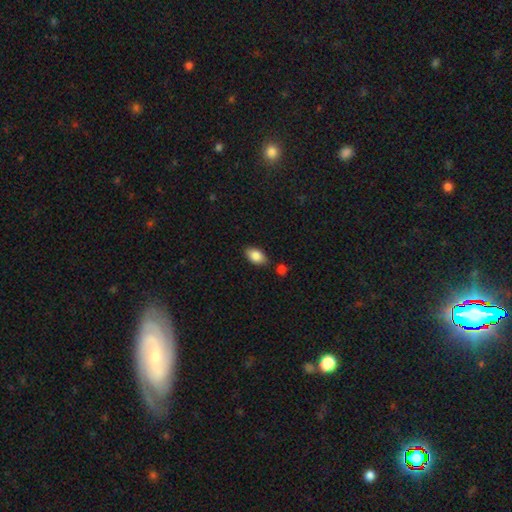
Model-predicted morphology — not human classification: The model was most divided on "merging": none: 80%, minor disturbance: 12%, merger: 6%, major disturbance: 2%. More confident: how rounded — in between (92%); smooth or featured — smooth (85%).